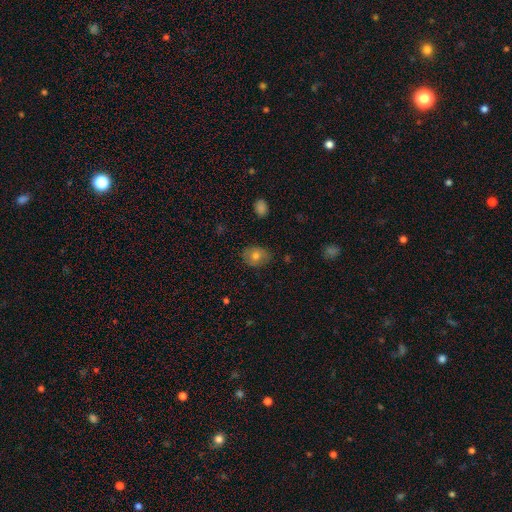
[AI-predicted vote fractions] smooth_or_featured: smooth (p=0.73) [alt: featured or disk p=0.18]
how_rounded: in between (p=0.58) [alt: round p=0.41]
merging: none (p=0.80) [alt: minor disturbance p=0.16]